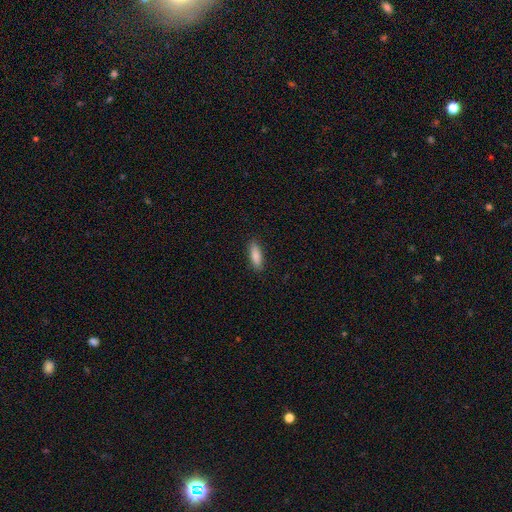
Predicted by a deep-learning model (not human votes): Smooth or featured?
  - smooth: 87% *
  - featured or disk: 7%
  - star or artifact: 6%
How rounded?
  - in between: 55% *
  - cigar-shaped: 43%
  - round: 2%
Merging?
  - none: 89% *
  - minor disturbance: 8%
  - major disturbance: 2%
  - merger: 1%